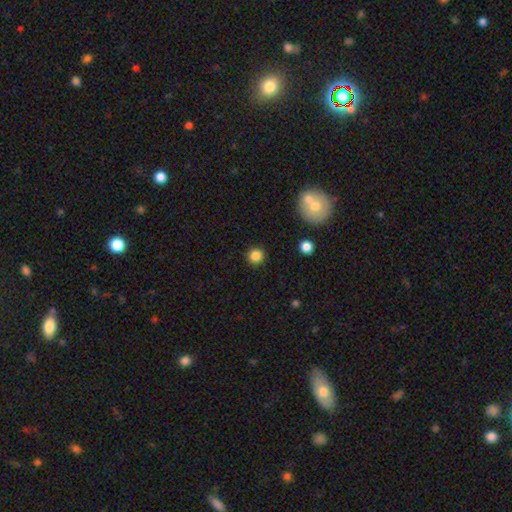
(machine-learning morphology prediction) Smooth or featured?
  - smooth: 84% *
  - star or artifact: 12%
  - featured or disk: 4%
How rounded?
  - round: 94% *
  - in between: 5%
  - cigar-shaped: 1%
Merging?
  - none: 91% *
  - minor disturbance: 5%
  - major disturbance: 2%
  - merger: 2%